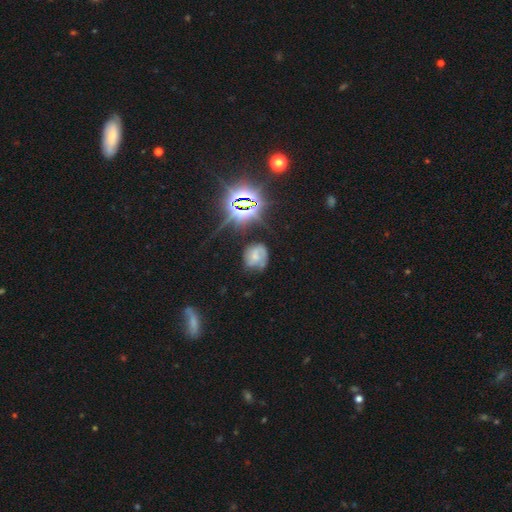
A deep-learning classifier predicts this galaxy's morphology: Smooth or featured? featured or disk (45%)
Merging? none (52%)